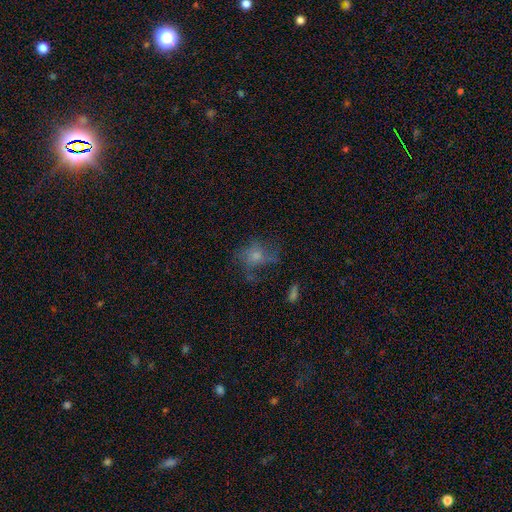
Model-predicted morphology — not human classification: type=featured or disk (47%); merging=none (54%).